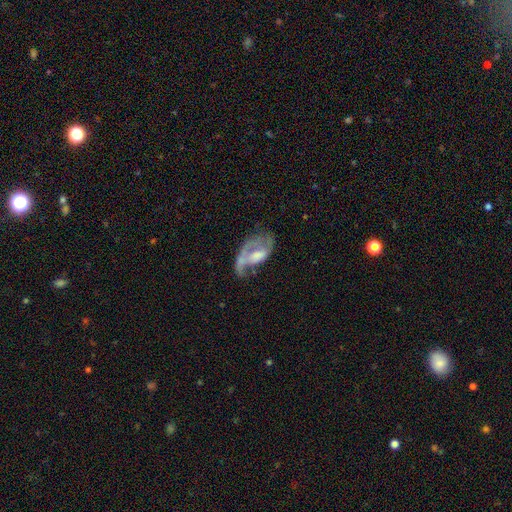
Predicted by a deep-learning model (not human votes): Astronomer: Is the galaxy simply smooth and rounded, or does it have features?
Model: featured or disk — 67%.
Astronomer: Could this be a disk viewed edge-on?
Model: no — 94%.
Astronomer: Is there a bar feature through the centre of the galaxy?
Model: no — 58%.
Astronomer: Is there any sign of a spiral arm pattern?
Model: yes — 64%.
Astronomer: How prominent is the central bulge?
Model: moderate — 37% (runner-up: none, 23%).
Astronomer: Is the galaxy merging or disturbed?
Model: major disturbance — 40% (runner-up: none, 32%).